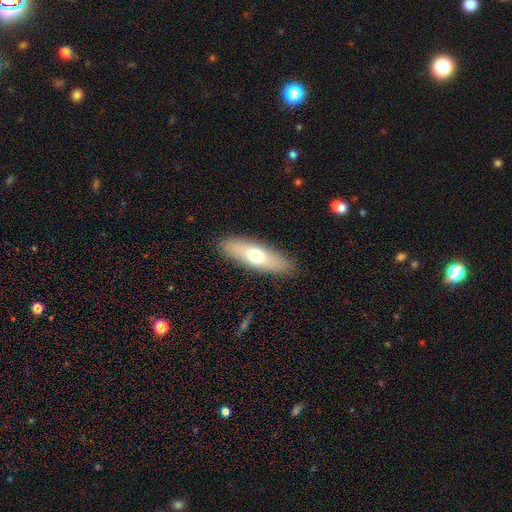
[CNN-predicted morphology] smooth 62%, featured or disk 31%, star or artifact 6%. Down the decision tree: how rounded — in between (54%); merging — none (87%).